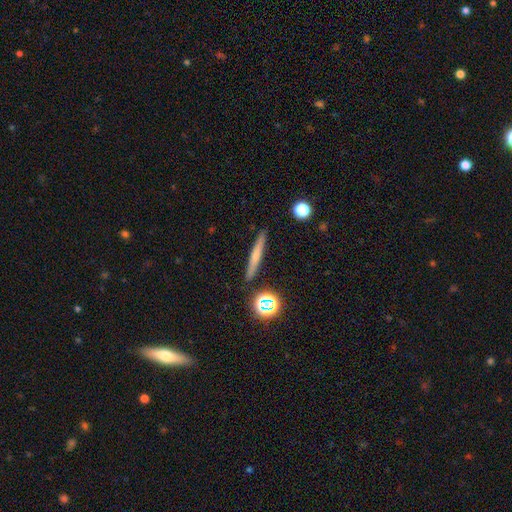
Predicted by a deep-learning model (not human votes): Overall: smooth (55%; featured or disk 35%). How rounded: cigar-shaped (92%). Merging: none (90%).